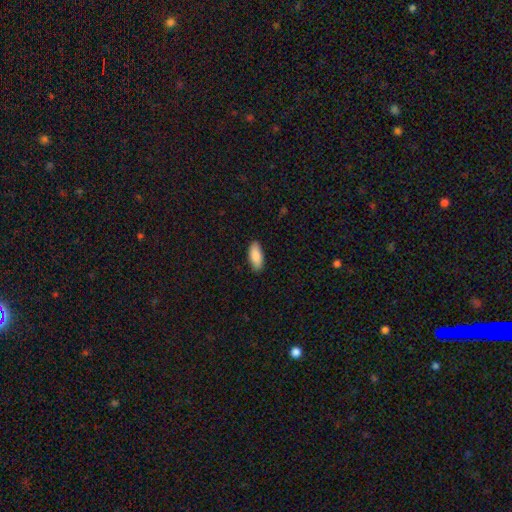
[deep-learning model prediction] A smooth galaxy with no disk features (90%) that is in between round and cigar-shaped (86%).

Vote fractions:
- Smooth or featured? smooth: 90% / star or artifact: 6% / featured or disk: 5%
- How rounded? in between: 86% / cigar-shaped: 12% / round: 2%
- Merging? none: 87% / minor disturbance: 10% / major disturbance: 2% / merger: 1%